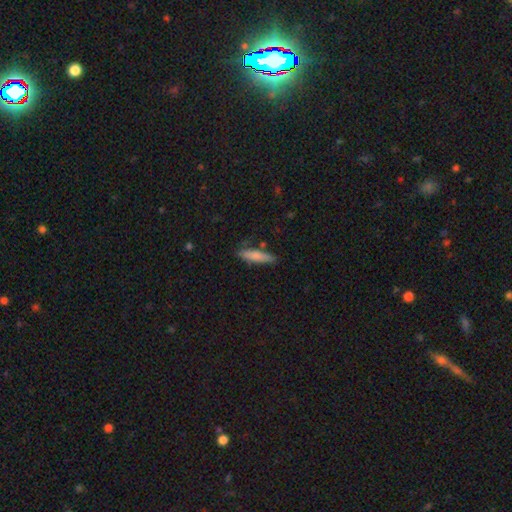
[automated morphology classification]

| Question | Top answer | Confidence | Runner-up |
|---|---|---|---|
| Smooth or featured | smooth | 78% | featured or disk (15%) |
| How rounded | cigar-shaped | 75% | in between (23%) |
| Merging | none | 78% | minor disturbance (15%) |